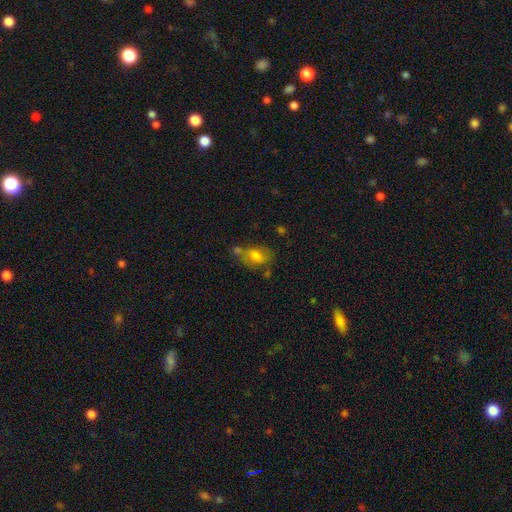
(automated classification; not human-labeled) The model was most divided on "merging": none: 51%, minor disturbance: 21%, merger: 20%, major disturbance: 9%. More confident: how rounded — in between (80%); smooth or featured — smooth (67%).